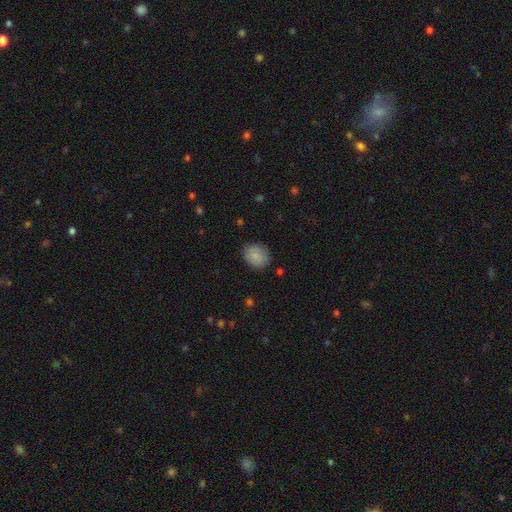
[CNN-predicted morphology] smooth_or_featured: smooth (p=0.81) [alt: featured or disk p=0.12]
how_rounded: round (p=0.53) [alt: in between p=0.45]
merging: none (p=0.82) [alt: minor disturbance p=0.14]